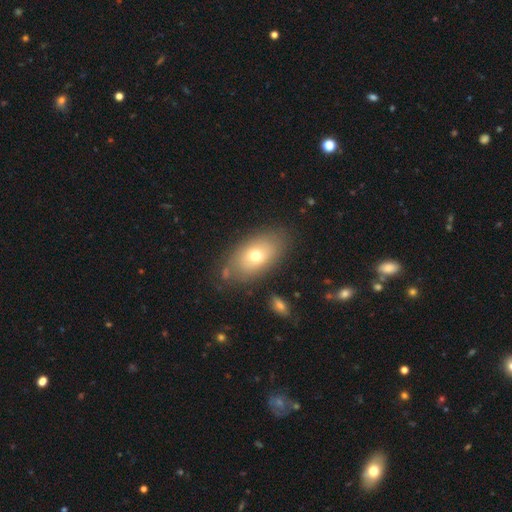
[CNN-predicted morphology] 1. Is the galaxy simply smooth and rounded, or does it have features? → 67% smooth, 24% featured or disk, 9% star or artifact.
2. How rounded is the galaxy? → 89% in between, 8% round, 2% cigar-shaped.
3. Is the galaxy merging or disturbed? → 75% none, 16% minor disturbance, 5% major disturbance, 4% merger.